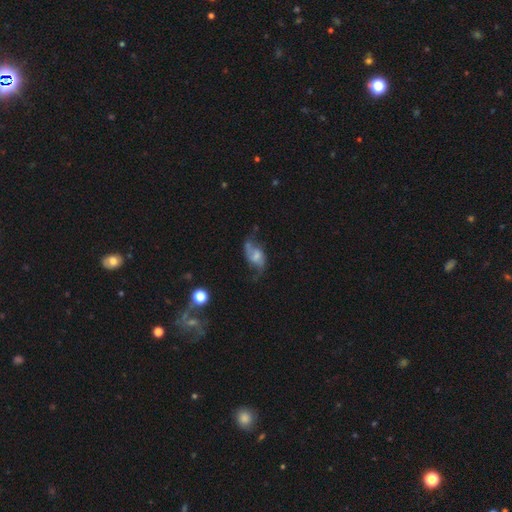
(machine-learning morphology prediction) Q: Smooth or featured?
A: featured or disk (67%); runner-up: smooth (24%)
Q: Edge-on disk?
A: no (96%); runner-up: yes (4%)
Q: Bar?
A: no (46%); runner-up: weak (43%)
Q: Spiral arms?
A: yes (86%); runner-up: no (14%)
Q: Spiral winding?
A: loose (69%); runner-up: medium (24%)
Q: Spiral arm count?
A: 2 (86%); runner-up: can't tell (6%)
Q: Bulge size?
A: small (36%); runner-up: moderate (32%)
Q: Merging?
A: none (49%); runner-up: minor disturbance (24%)